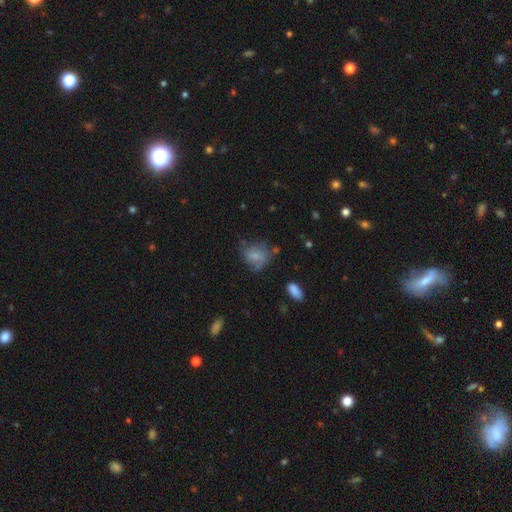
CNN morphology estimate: Q: Smooth or featured?
A: smooth (61%); runner-up: featured or disk (30%)
Q: How rounded?
A: round (58%); runner-up: in between (40%)
Q: Merging?
A: none (51%); runner-up: minor disturbance (28%)